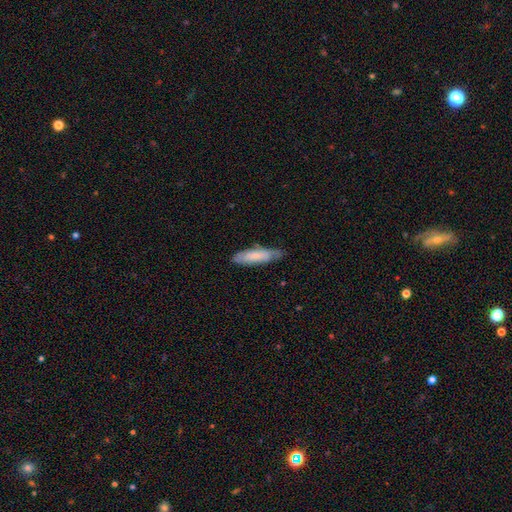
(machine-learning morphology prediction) Smooth or featured: smooth — 66% (featured or disk — 28%)
How rounded: cigar-shaped — 60% (in between — 38%)
Merging: none — 69% (minor disturbance — 25%)